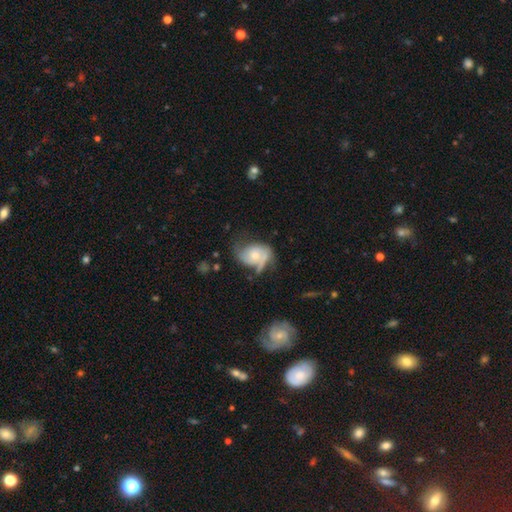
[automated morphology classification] smooth-or-featured: featured or disk: 61% | smooth: 31% | star or artifact: 7%
  disk-edge-on: no: 96% | yes: 4%
    bar: no: 78% | weak: 18% | strong: 4%
    has-spiral-arms: yes: 80% | no: 20%
    bulge-size: moderate: 51% | small: 40% | large: 4% | none: 3% | dominant: 1%
  merging: none: 36% | minor disturbance: 29% | major disturbance: 26% | merger: 8%